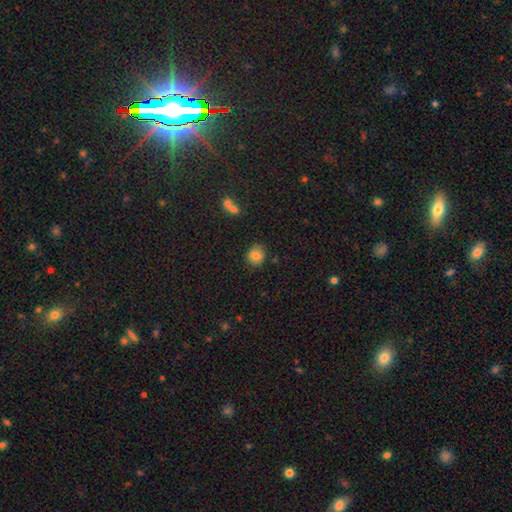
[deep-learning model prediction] smooth-or-featured: smooth: 79% | star or artifact: 11% | featured or disk: 9%
  how-rounded: round: 79% | in between: 20% | cigar-shaped: 1%
  merging: none: 82% | minor disturbance: 12% | merger: 4% | major disturbance: 2%